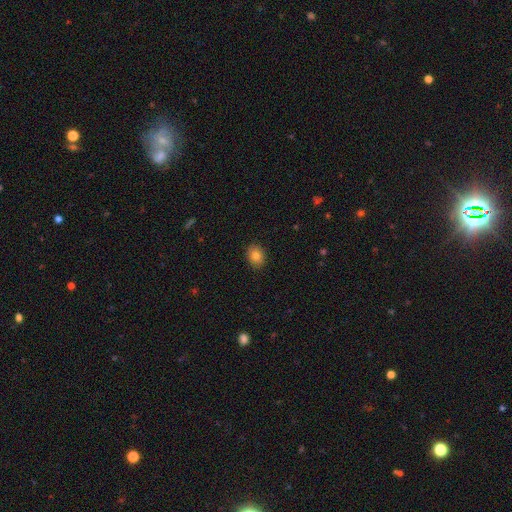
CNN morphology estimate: This is clearly a smooth galaxy (82%). How rounded: possibly in between (50%). Merging: clearly none (89%).